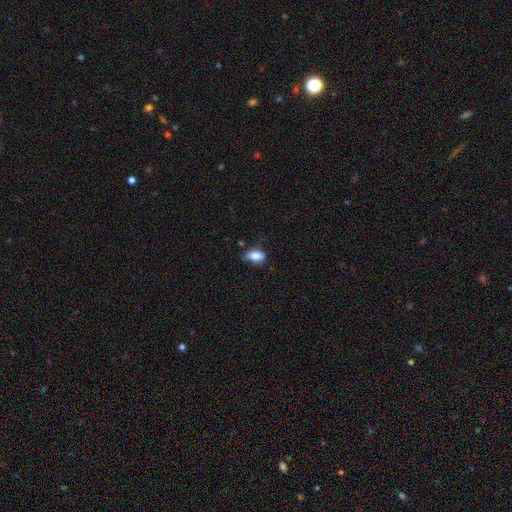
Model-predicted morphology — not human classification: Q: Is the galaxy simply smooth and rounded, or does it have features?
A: smooth — 82%.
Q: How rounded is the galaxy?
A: in between — 87%.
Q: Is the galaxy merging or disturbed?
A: none — 44%.